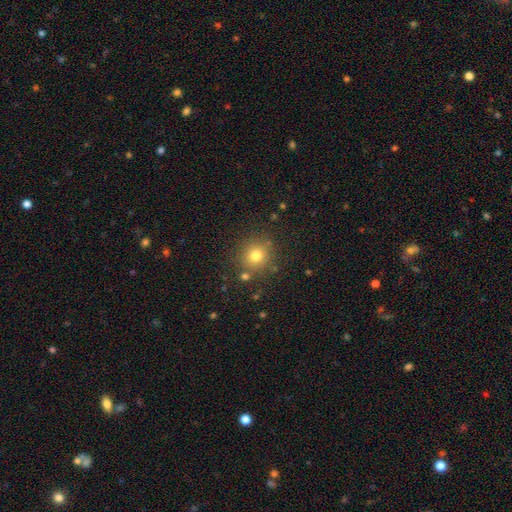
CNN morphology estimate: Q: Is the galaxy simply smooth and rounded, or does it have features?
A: smooth — 76%.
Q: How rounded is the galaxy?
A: round — 88%.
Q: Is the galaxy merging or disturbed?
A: none — 81%.